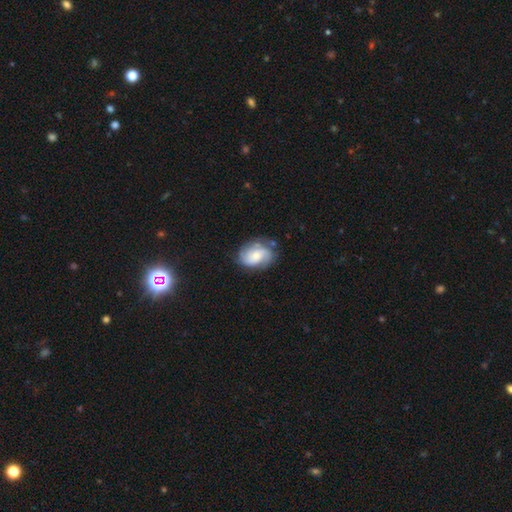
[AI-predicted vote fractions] This appears to be a featured or disk galaxy (64%) with no bar (66%), 2 (48%) medium (42%) spiral arms (91%) and a small central bulge (46%). Merging: none (66%).